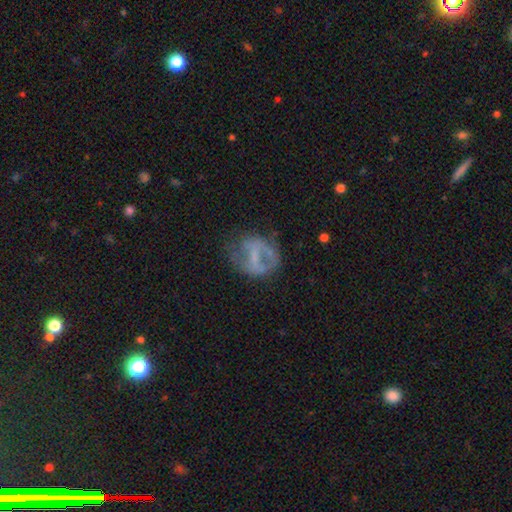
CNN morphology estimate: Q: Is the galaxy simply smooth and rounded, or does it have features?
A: featured or disk — 56%.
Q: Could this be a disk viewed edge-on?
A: no — 96%.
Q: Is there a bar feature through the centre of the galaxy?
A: weak — 36%.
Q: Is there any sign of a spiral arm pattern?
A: no — 66%.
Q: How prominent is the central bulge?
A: none — 47%.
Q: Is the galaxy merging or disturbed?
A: none — 49%.